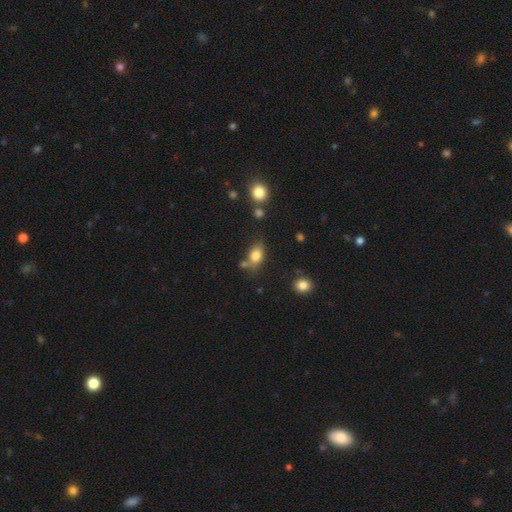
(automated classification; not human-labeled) The model was most divided on "merging": none: 63%, minor disturbance: 17%, merger: 15%, major disturbance: 5%. More confident: how rounded — in between (79%); smooth or featured — smooth (79%).